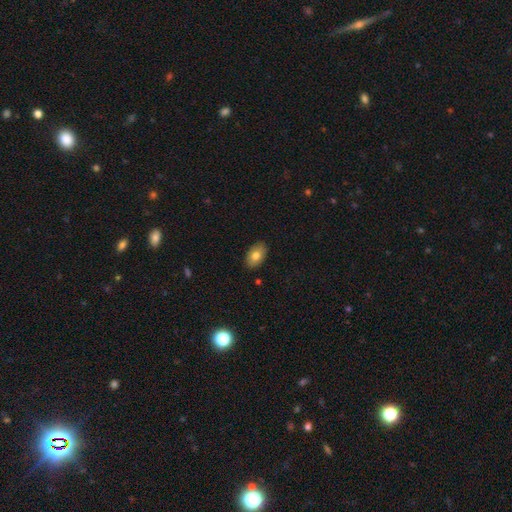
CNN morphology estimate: Smooth or featured? Predicted: smooth (p=0.78). How rounded? Predicted: in between (p=0.91). Merging? Predicted: none (p=0.87).